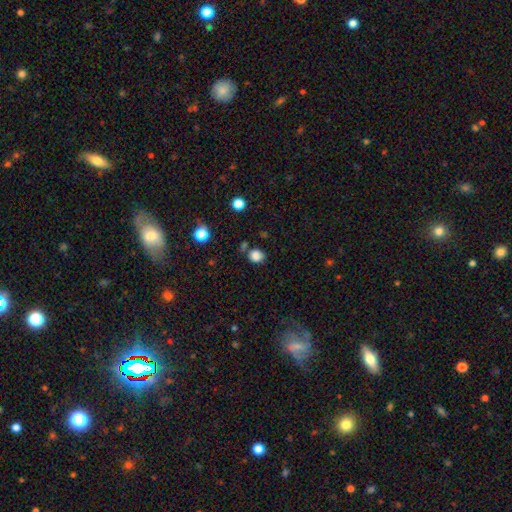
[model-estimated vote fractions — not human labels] Smooth or featured? Predicted: smooth (p=0.84). How rounded? Predicted: round (p=0.70). Merging? Predicted: none (p=0.74).